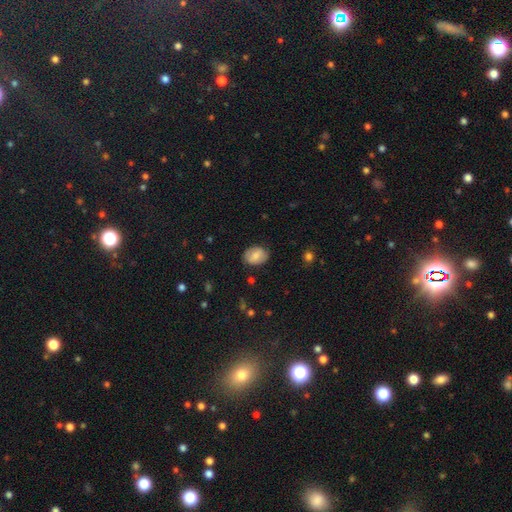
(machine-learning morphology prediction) type=smooth (74%); roundness=in between (69%); merging=none (81%).